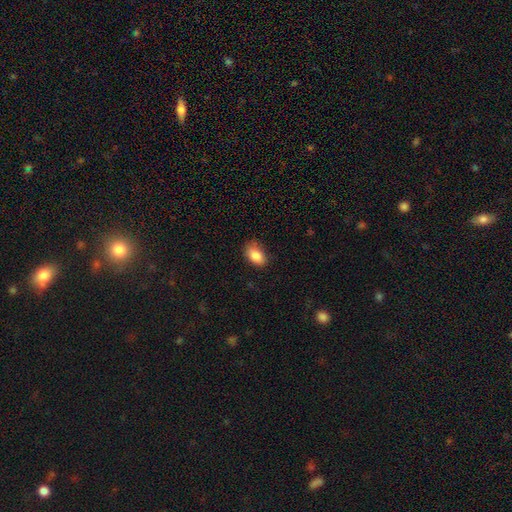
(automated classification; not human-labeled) A smooth galaxy with no disk features (86%) that is in between round and cigar-shaped (89%). Merging: none (74%).